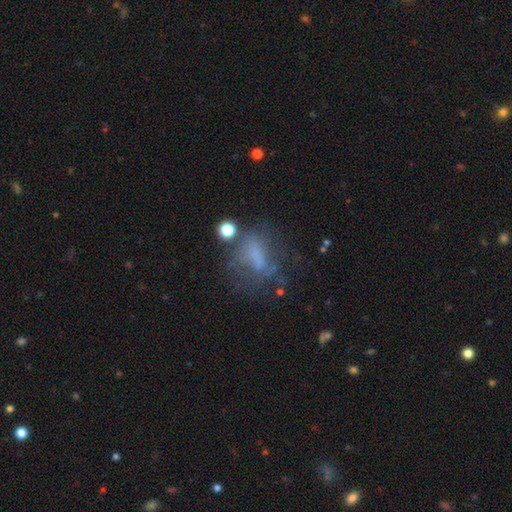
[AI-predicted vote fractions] smooth-or-featured: smooth: 46% | featured or disk: 34% | star or artifact: 20%
  merging: none: 42% | major disturbance: 28% | minor disturbance: 21% | merger: 9%